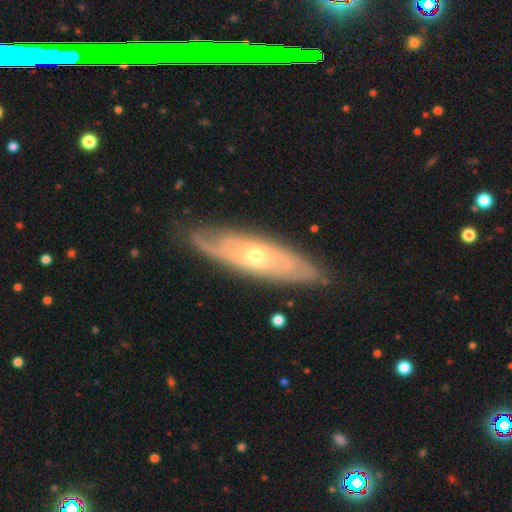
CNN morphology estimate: Overall: featured or disk (76%). Edge-on disk: no (74%). Bar: no (78%). Spiral arms: yes (83%). Bulge size: small (51%; moderate 46%). Merging: none (79%).